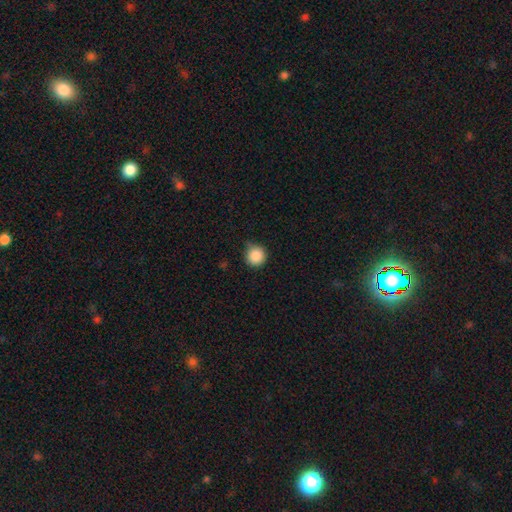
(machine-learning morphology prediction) This appears to be a smooth galaxy with no disk features (87%) that is round (94%). Merging: none (72%).